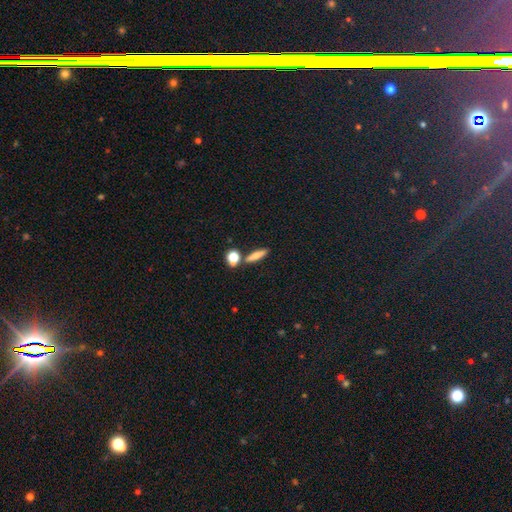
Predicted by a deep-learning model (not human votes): Smooth or featured?
  - smooth: 69% *
  - featured or disk: 20%
  - star or artifact: 11%
How rounded?
  - cigar-shaped: 67% *
  - in between: 22%
  - round: 11%
Merging?
  - none: 76% *
  - merger: 11%
  - minor disturbance: 9%
  - major disturbance: 3%